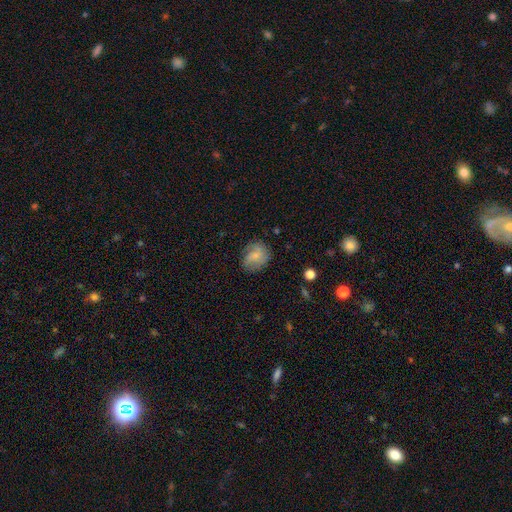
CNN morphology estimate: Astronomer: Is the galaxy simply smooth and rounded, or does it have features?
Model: smooth — 66%.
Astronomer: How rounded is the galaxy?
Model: round — 55% (runner-up: in between, 44%).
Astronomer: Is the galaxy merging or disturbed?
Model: none — 69%.